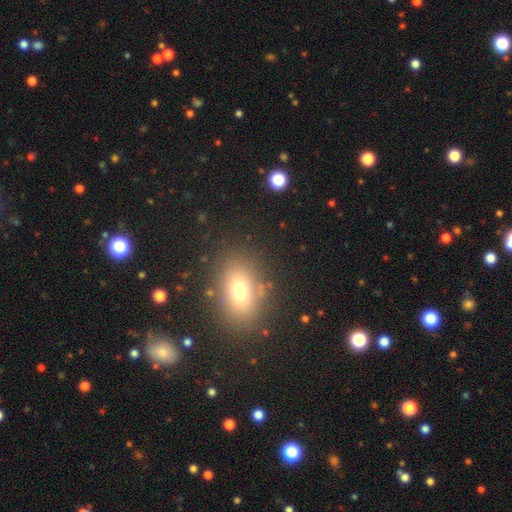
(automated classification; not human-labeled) Smooth or featured? Predicted: smooth (p=0.62). How rounded? Predicted: in between (p=0.75). Merging? Predicted: none (p=0.84).